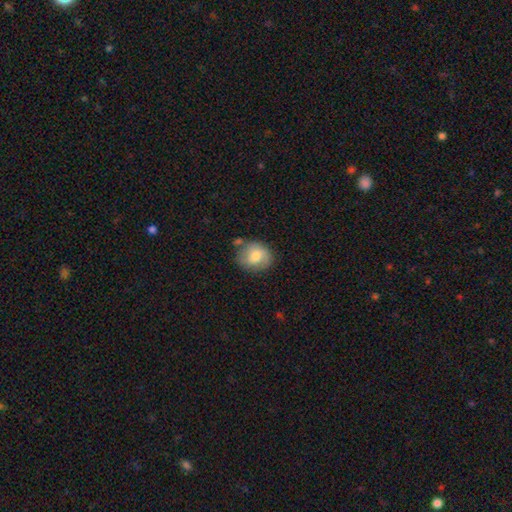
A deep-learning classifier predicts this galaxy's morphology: Overall: smooth (69%). How rounded: round (71%). Merging: none (68%).